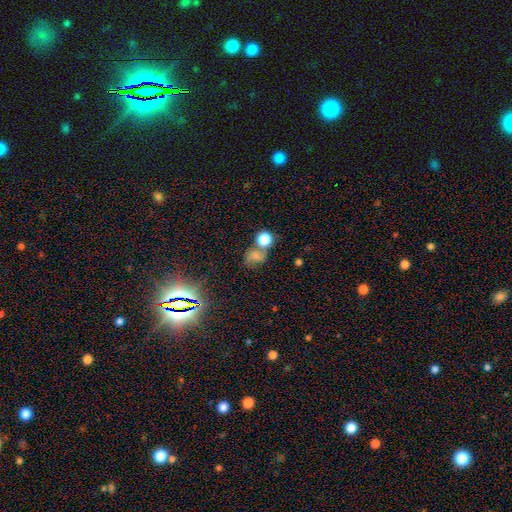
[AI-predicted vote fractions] Morphology: type=smooth (59%); roundness=round (64%); merging=none (44%).